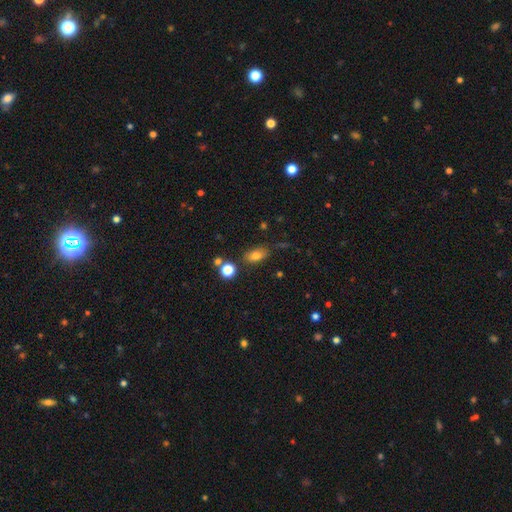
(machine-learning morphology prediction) type=smooth (78%); roundness=in between (84%); merging=none (75%).